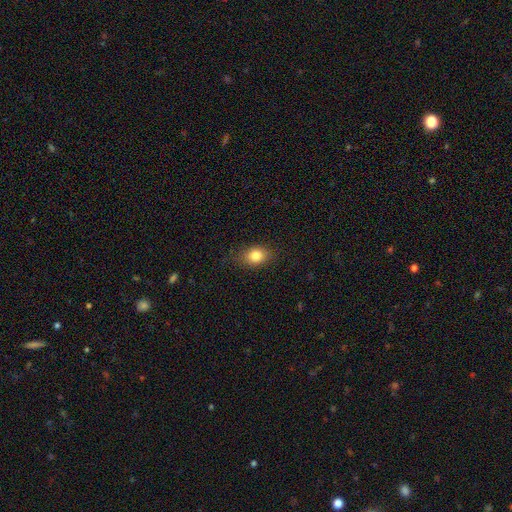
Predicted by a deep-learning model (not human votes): Smooth or featured?
  - smooth: 82% *
  - star or artifact: 10%
  - featured or disk: 9%
How rounded?
  - in between: 64% *
  - round: 34%
  - cigar-shaped: 1%
Merging?
  - none: 81% *
  - minor disturbance: 14%
  - major disturbance: 4%
  - merger: 1%